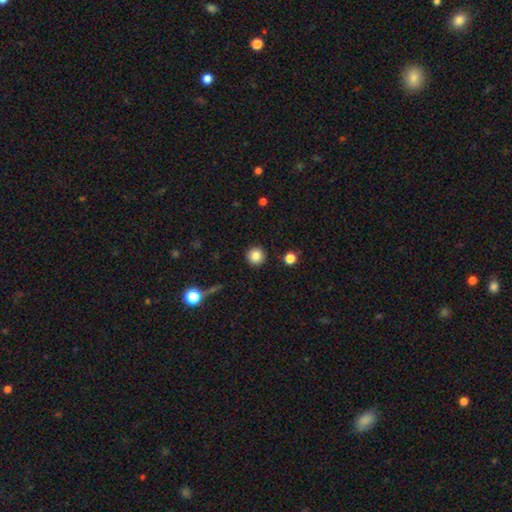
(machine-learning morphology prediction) Smooth or featured?
  - smooth: 85% *
  - star or artifact: 10%
  - featured or disk: 5%
How rounded?
  - round: 95% *
  - in between: 4%
  - cigar-shaped: 1%
Merging?
  - none: 91% *
  - minor disturbance: 5%
  - major disturbance: 2%
  - merger: 2%